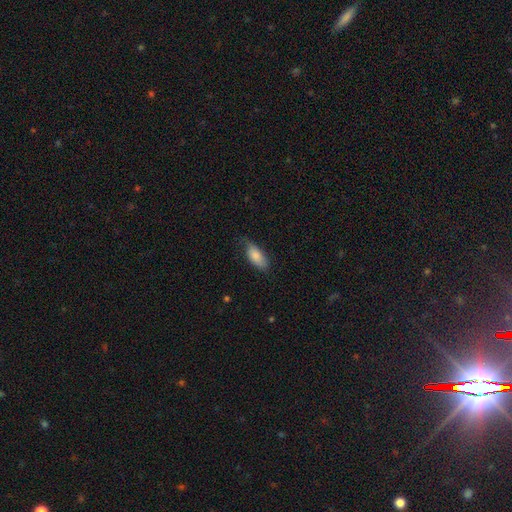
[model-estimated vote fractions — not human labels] Smooth or featured? Predicted: smooth (p=0.82). How rounded? Predicted: in between (p=0.86). Merging? Predicted: none (p=0.64).